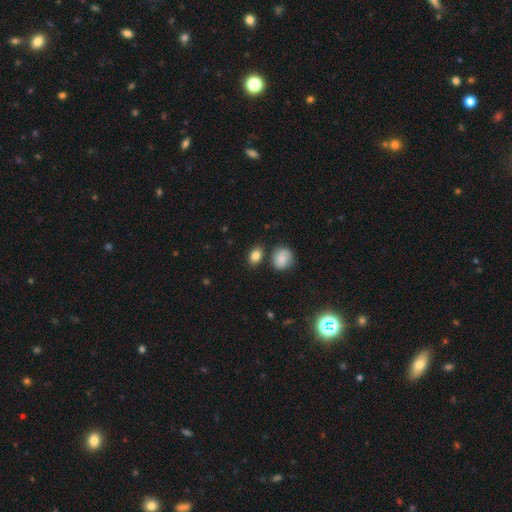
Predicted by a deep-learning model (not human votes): The model was most divided on "how rounded": in between: 68%, round: 30%, cigar-shaped: 2%. More confident: smooth or featured — smooth (82%); merging — none (76%).